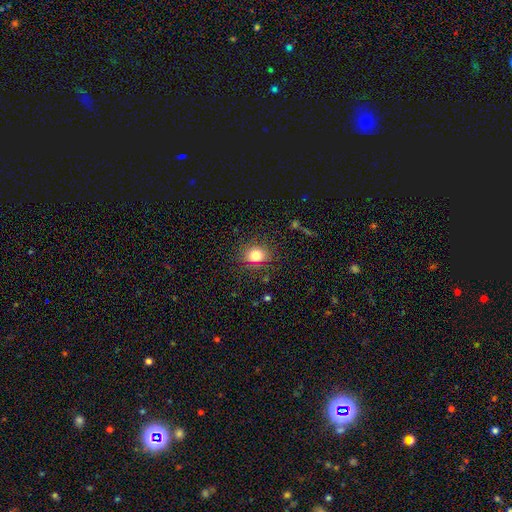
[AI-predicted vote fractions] Overall: smooth (79%). How rounded: round (75%). Merging: none (86%).